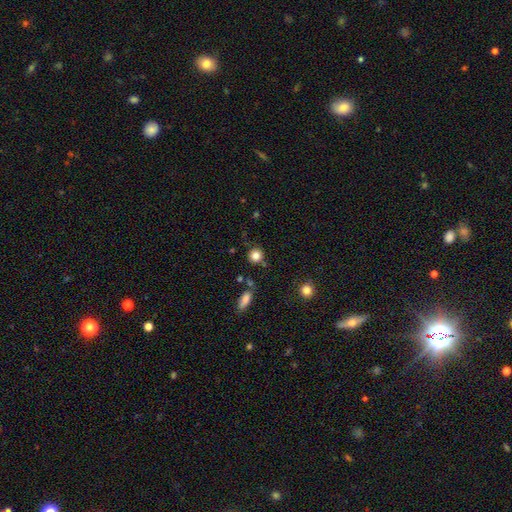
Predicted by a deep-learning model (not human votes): Q: Smooth or featured?
A: smooth (82%); runner-up: star or artifact (12%)
Q: How rounded?
A: round (90%); runner-up: in between (9%)
Q: Merging?
A: none (82%); runner-up: minor disturbance (10%)